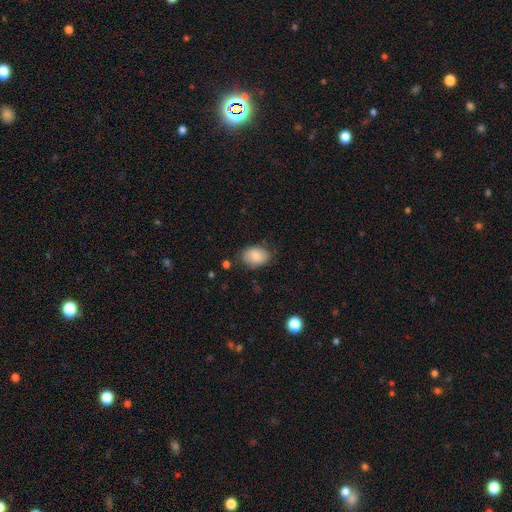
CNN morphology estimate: Smooth or featured? smooth (80%)
How rounded? in between (75%)
Merging? none (75%)